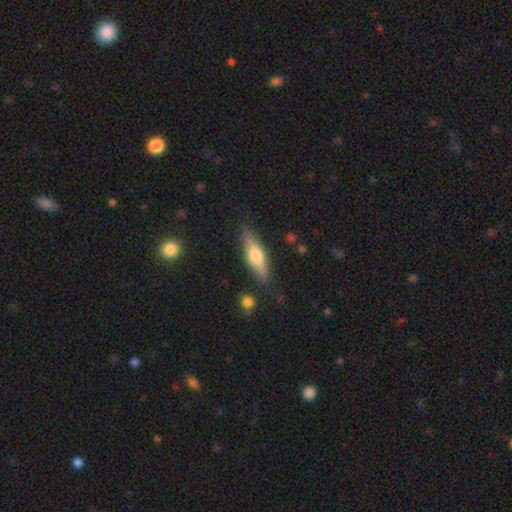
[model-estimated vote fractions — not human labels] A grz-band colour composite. It shows a smooth galaxy with no disk features (51%) that is cigar-shaped (55%). Merging: none (81%).